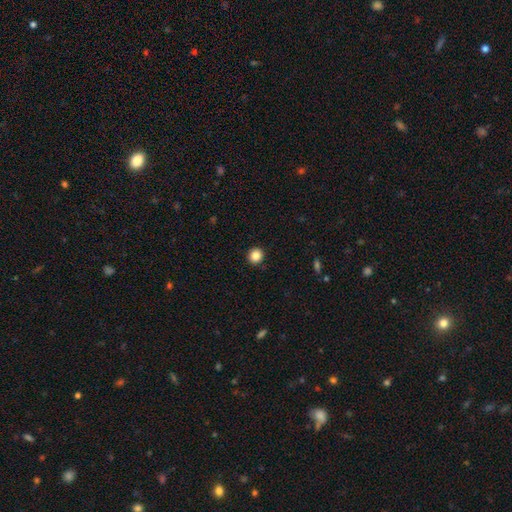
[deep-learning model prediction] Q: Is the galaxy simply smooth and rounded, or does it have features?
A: smooth — 86%.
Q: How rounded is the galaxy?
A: round — 92%.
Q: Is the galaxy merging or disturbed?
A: none — 93%.